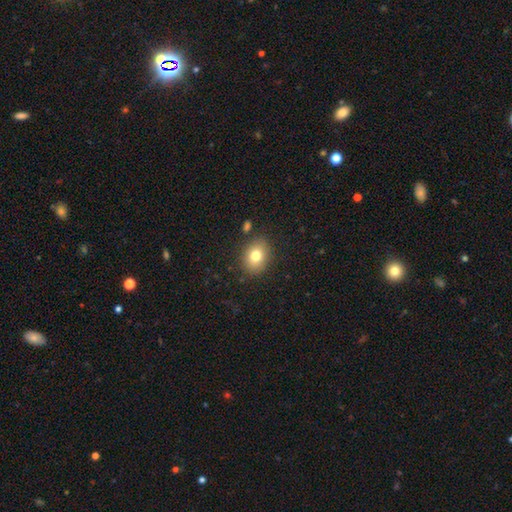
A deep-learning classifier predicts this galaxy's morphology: type=smooth (78%); roundness=in between (54%); merging=none (85%).